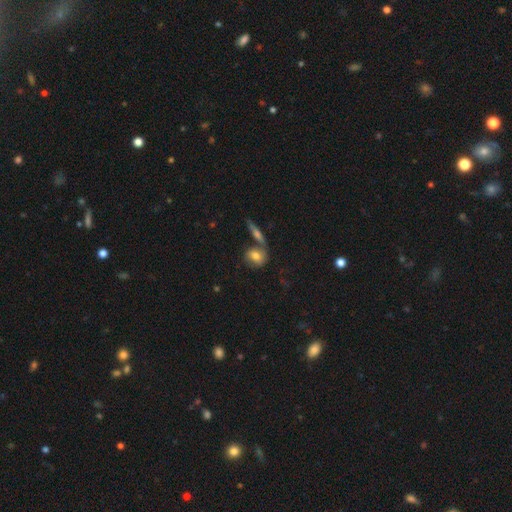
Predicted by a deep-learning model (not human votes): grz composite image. It shows a smooth galaxy with no disk features (64%) that is round (57%). Merging: none (49%).